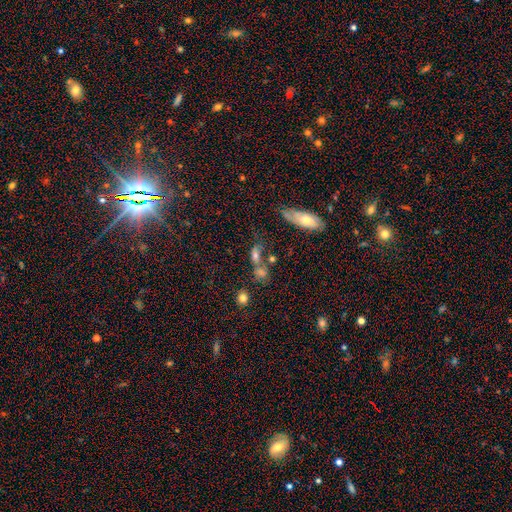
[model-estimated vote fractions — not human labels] This appears to be a smooth galaxy with no disk features (57%) that is in between round and cigar-shaped (57%). Merging: none (40%).